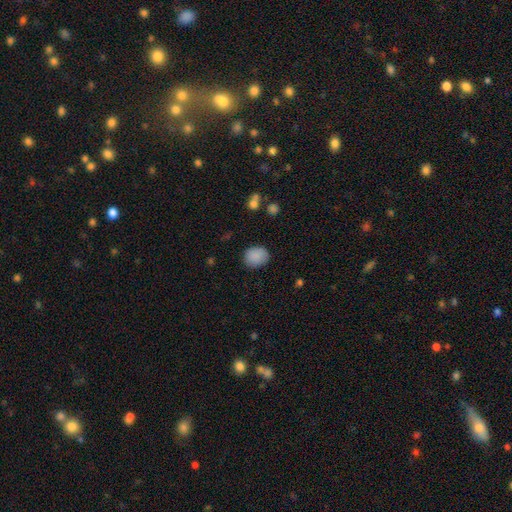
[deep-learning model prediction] Morphology: type=smooth (88%); roundness=round (63%); merging=none (83%).